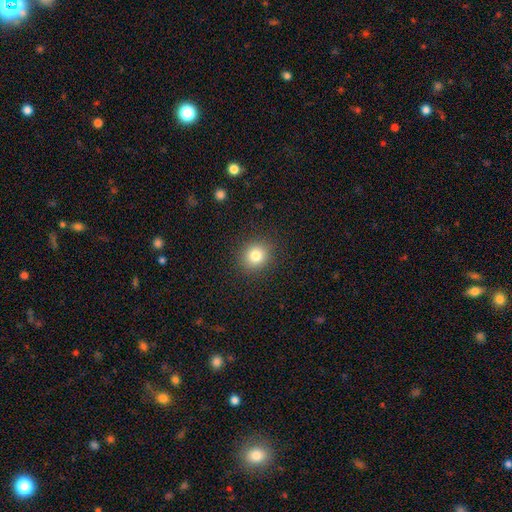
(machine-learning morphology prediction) smooth_or_featured: smooth (p=0.81) [alt: star or artifact p=0.12]
how_rounded: round (p=0.85) [alt: in between p=0.15]
merging: none (p=0.90) [alt: minor disturbance p=0.07]